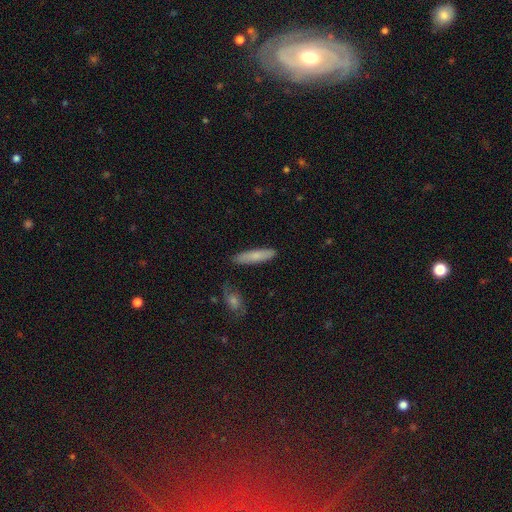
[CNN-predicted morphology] smooth-or-featured: smooth: 74% | featured or disk: 20% | star or artifact: 6%
  how-rounded: cigar-shaped: 80% | in between: 18% | round: 2%
  merging: none: 85% | minor disturbance: 10% | merger: 2% | major disturbance: 2%